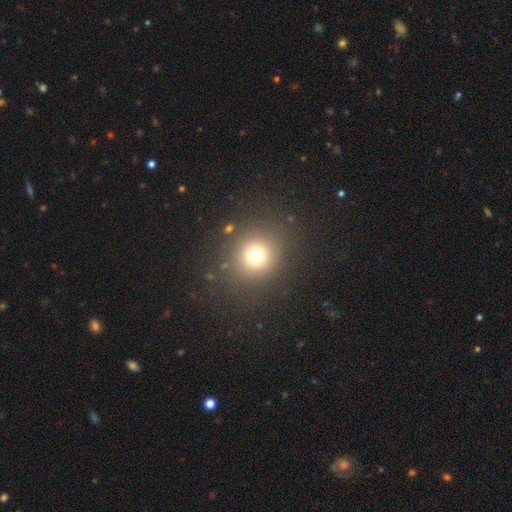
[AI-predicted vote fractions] This is likely a smooth galaxy (72%). How rounded: clearly round (88%). Merging: clearly none (86%).